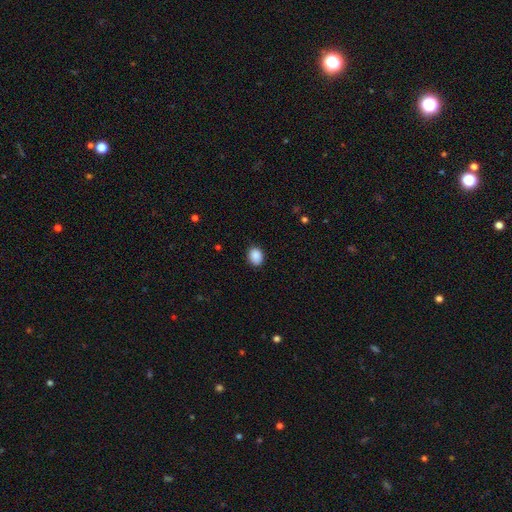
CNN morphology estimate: smooth 89%, star or artifact 8%, featured or disk 3%. Down the decision tree: how rounded — in between (53%); merging — none (85%).